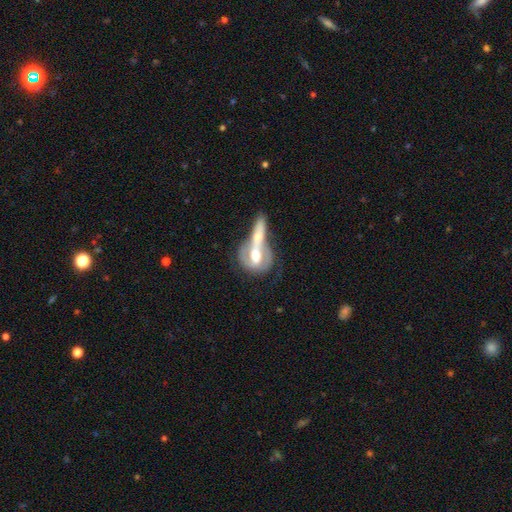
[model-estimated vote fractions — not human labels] featured or disk 64%, smooth 31%, star or artifact 5%. Down the decision tree: edge-on disk — no (90%); bar — weak (39%); spiral arms — yes (67%); bulge size — moderate (69%); merging — merger (72%).